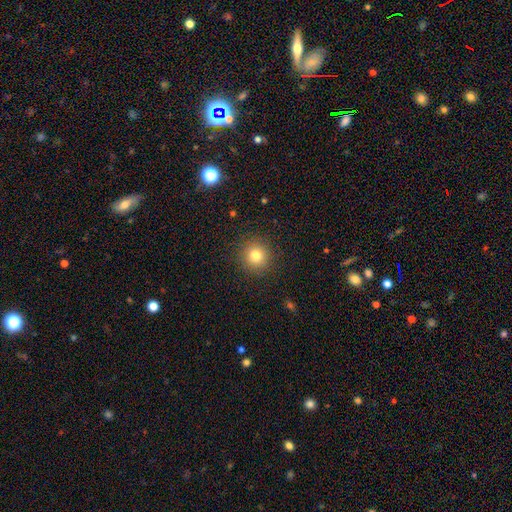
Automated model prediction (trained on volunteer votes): Q: Smooth or featured?
A: smooth (80%); runner-up: star or artifact (13%)
Q: How rounded?
A: round (94%); runner-up: in between (6%)
Q: Merging?
A: none (91%); runner-up: minor disturbance (6%)